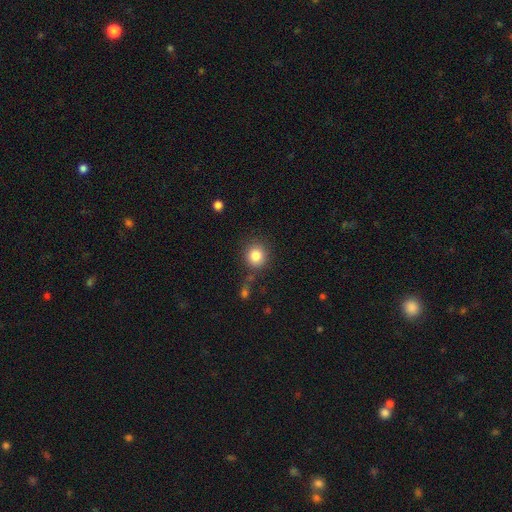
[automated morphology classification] smooth_or_featured: smooth (p=0.84) [alt: star or artifact p=0.10]
how_rounded: round (p=0.88) [alt: in between p=0.11]
merging: none (p=0.81) [alt: minor disturbance p=0.11]